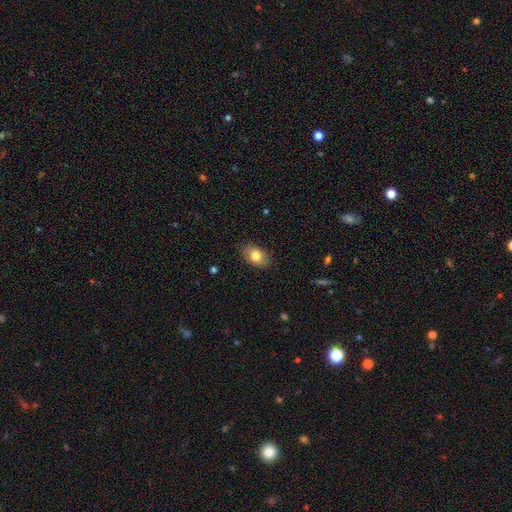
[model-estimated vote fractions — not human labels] smooth 81%, featured or disk 12%, star or artifact 7%. Down the decision tree: how rounded — in between (88%); merging — none (86%).